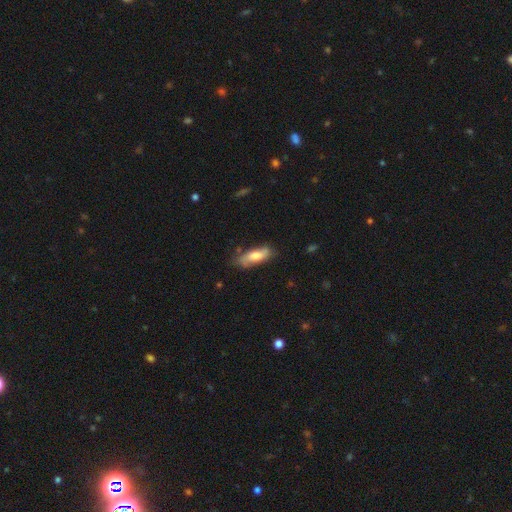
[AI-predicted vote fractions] Smooth or featured? Predicted: smooth (p=0.61). How rounded? Predicted: in between (p=0.65). Merging? Predicted: none (p=0.68).